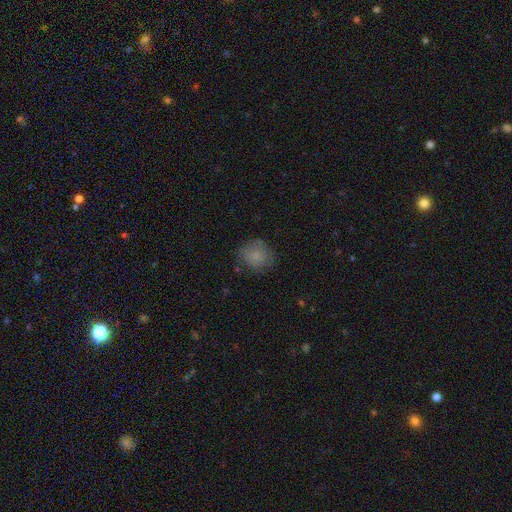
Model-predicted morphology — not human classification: Overall: smooth (80%). How rounded: round (75%). Merging: none (73%).